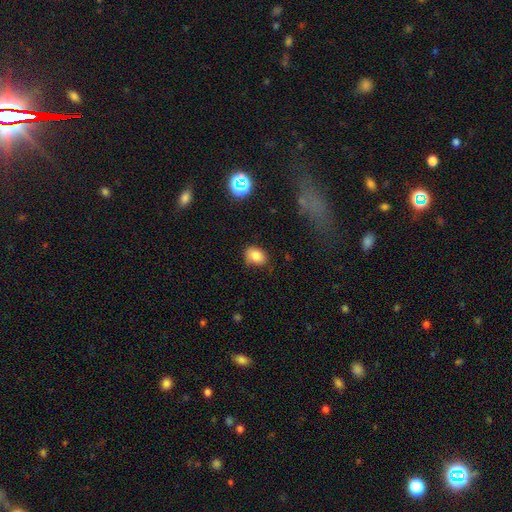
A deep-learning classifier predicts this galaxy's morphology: Smooth or featured? Predicted: smooth (p=0.81). How rounded? Predicted: in between (p=0.71). Merging? Predicted: none (p=0.64).